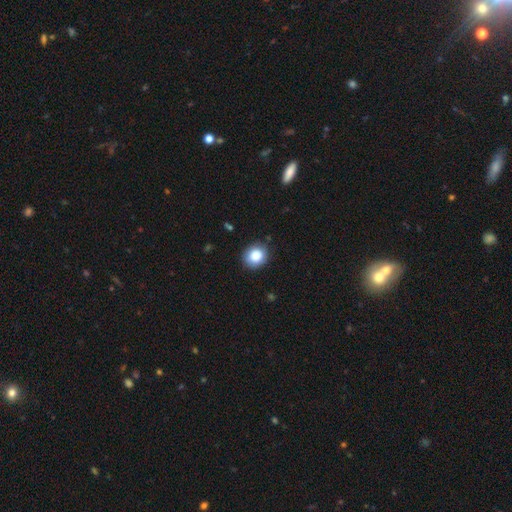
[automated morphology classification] smooth-or-featured: smooth: 84% | star or artifact: 9% | featured or disk: 7%
  how-rounded: round: 76% | in between: 23% | cigar-shaped: 1%
  merging: none: 84% | minor disturbance: 12% | major disturbance: 2% | merger: 1%